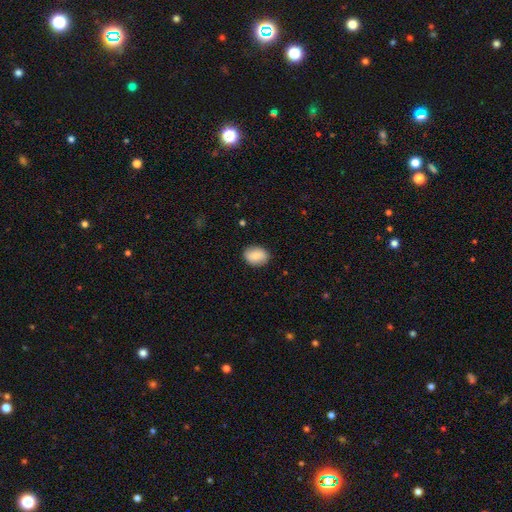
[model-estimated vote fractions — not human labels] A smooth galaxy with no disk features (83%) that is in between round and cigar-shaped (67%).

Vote fractions:
- Smooth or featured? smooth: 83% / featured or disk: 9% / star or artifact: 7%
- How rounded? in between: 67% / round: 31% / cigar-shaped: 1%
- Merging? none: 87% / minor disturbance: 10% / major disturbance: 2% / merger: 1%